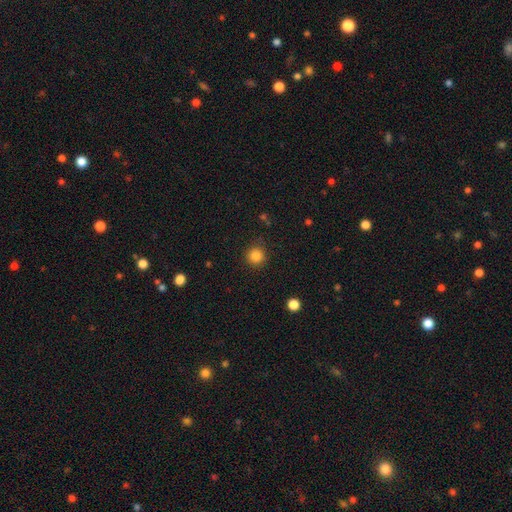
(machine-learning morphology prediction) This appears to be a smooth galaxy with no disk features (85%) that is round (94%). Merging: none (89%).